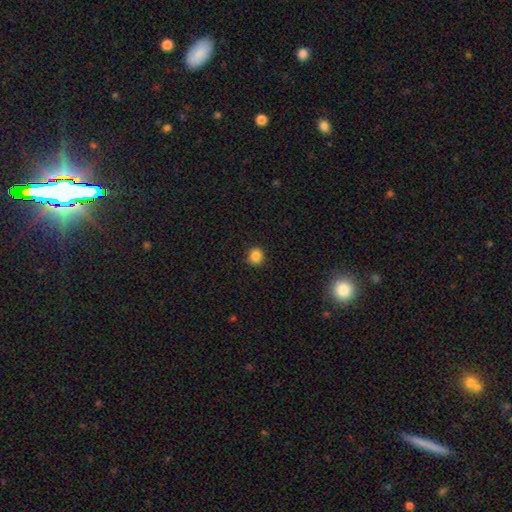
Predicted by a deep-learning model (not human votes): Smooth or featured: smooth — 85% (star or artifact — 11%)
How rounded: round — 86% (in between — 13%)
Merging: none — 87% (minor disturbance — 9%)